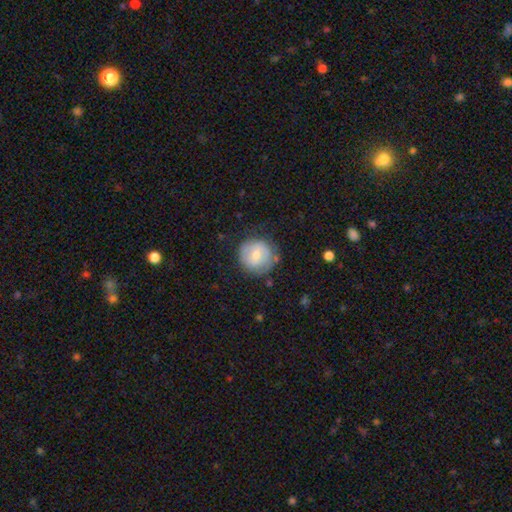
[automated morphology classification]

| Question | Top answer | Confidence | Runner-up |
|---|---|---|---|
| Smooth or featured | smooth | 58% | featured or disk (34%) |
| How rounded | round | 92% | in between (7%) |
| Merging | none | 75% | minor disturbance (18%) |